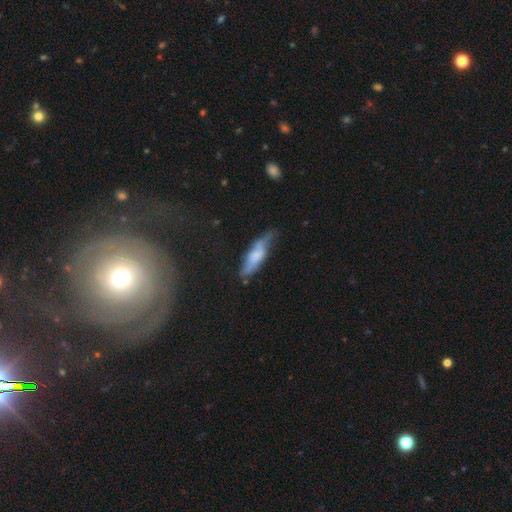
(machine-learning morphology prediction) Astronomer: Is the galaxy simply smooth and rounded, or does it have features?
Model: smooth — 53% (runner-up: featured or disk, 39%).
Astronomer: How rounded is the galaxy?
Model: cigar-shaped — 56% (runner-up: in between, 42%).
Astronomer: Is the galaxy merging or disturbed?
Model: none — 43% (runner-up: minor disturbance, 36%).